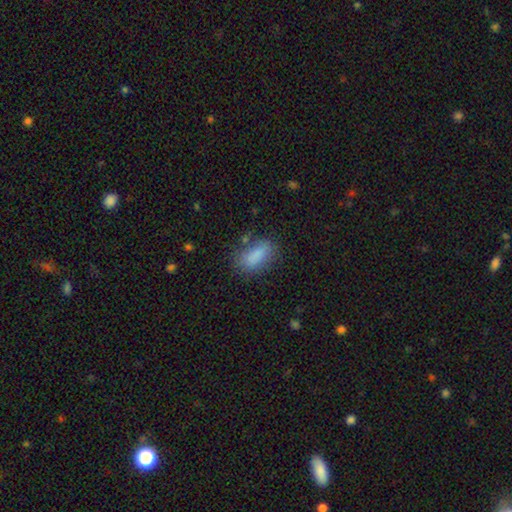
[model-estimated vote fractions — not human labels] This is clearly a smooth galaxy (84%). How rounded: clearly in between (85%). Merging: likely none (71%).